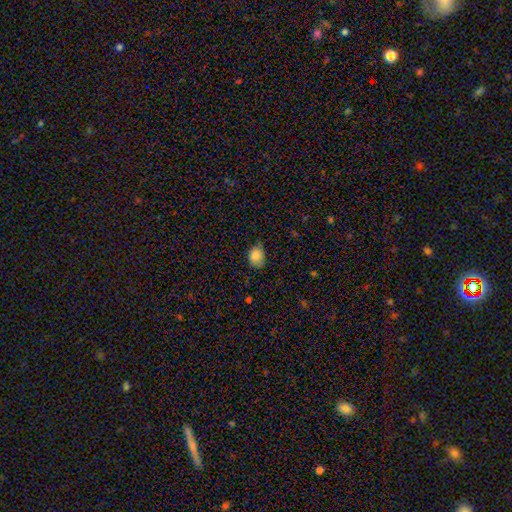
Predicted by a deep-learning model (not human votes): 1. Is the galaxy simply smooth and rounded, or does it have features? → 85% smooth, 9% star or artifact, 7% featured or disk.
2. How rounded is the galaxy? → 59% in between, 40% round, 1% cigar-shaped.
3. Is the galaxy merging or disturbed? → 51% none, 40% minor disturbance, 8% major disturbance, 2% merger.